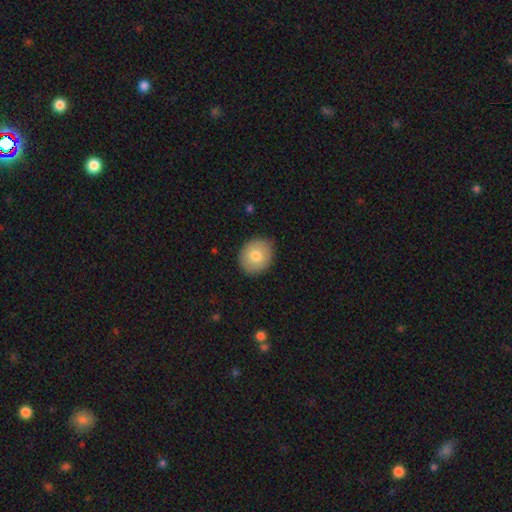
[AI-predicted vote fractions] Q: Smooth or featured?
A: smooth (77%); runner-up: featured or disk (15%)
Q: How rounded?
A: round (65%); runner-up: in between (34%)
Q: Merging?
A: none (87%); runner-up: minor disturbance (10%)